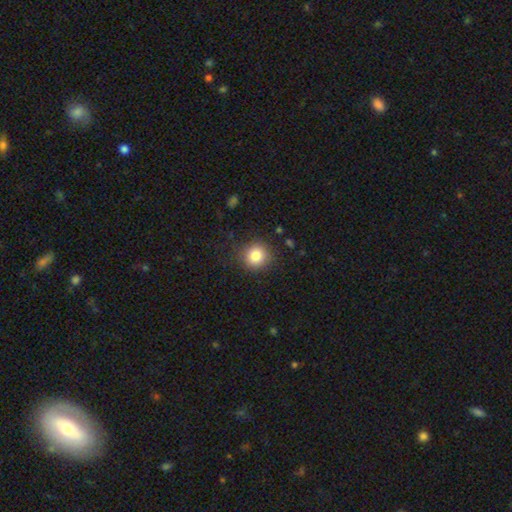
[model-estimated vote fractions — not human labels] This appears to be a smooth galaxy with no disk features (83%) that is round (90%). Merging: none (87%).